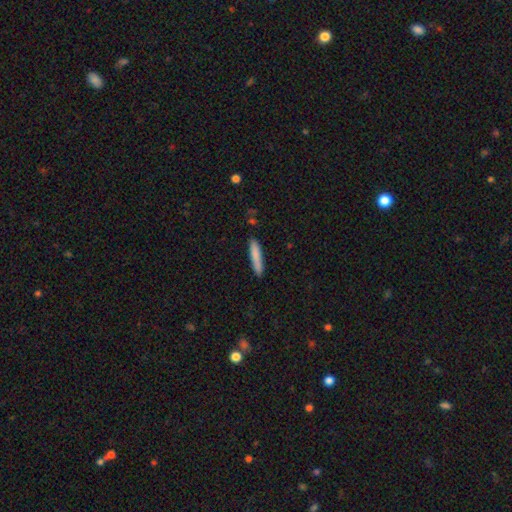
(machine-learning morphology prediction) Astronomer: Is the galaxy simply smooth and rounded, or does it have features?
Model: smooth — 83%.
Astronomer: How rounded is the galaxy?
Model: cigar-shaped — 90%.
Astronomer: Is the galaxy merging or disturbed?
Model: none — 87%.